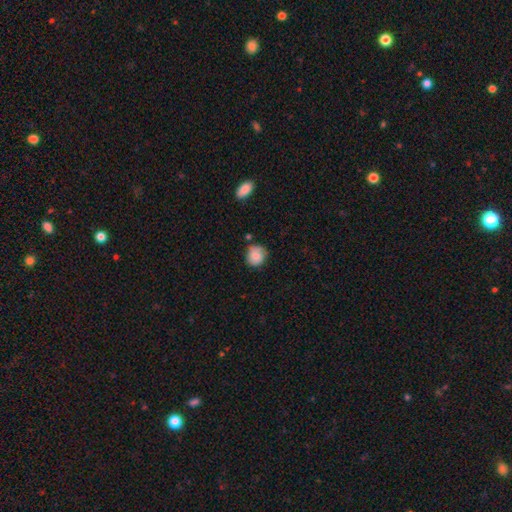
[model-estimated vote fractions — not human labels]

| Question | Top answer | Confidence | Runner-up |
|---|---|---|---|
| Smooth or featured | smooth | 78% | featured or disk (14%) |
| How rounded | round | 82% | in between (17%) |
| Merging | none | 70% | minor disturbance (22%) |